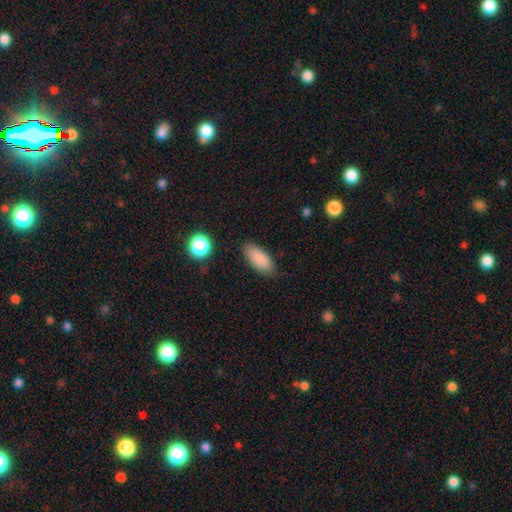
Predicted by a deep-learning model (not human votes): A smooth galaxy with no disk features (87%) that is in between round and cigar-shaped (83%).

Vote fractions:
- Smooth or featured? smooth: 87% / star or artifact: 8% / featured or disk: 6%
- How rounded? in between: 83% / cigar-shaped: 15% / round: 3%
- Merging? none: 84% / minor disturbance: 12% / major disturbance: 3% / merger: 1%